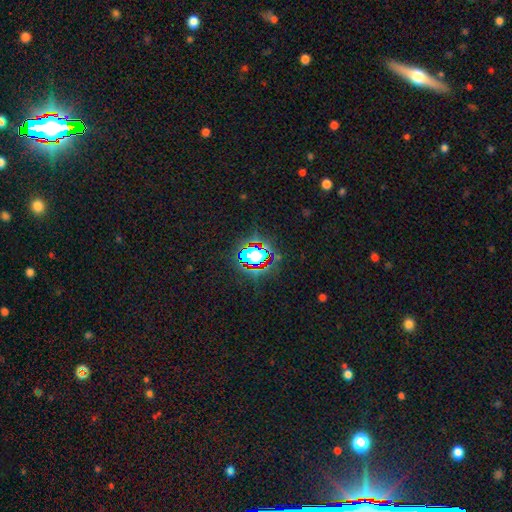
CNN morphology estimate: Q: Smooth or featured?
A: star or artifact (62%); runner-up: smooth (25%)